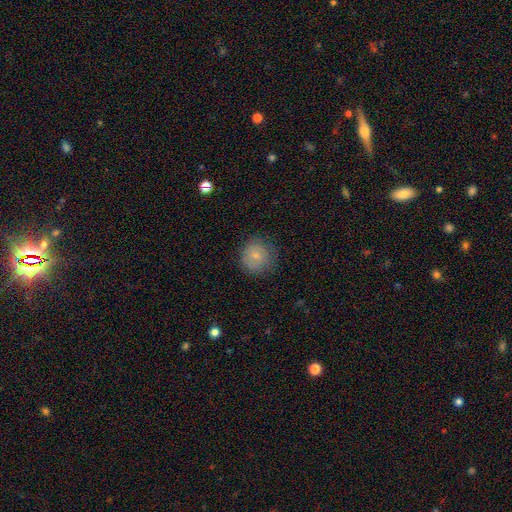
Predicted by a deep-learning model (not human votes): This is likely a smooth galaxy (77%). How rounded: clearly round (89%). Merging: likely none (78%).